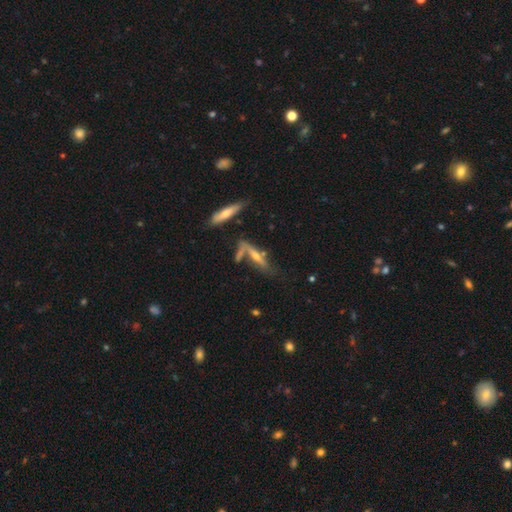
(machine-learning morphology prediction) This appears to be a featured or disk galaxy (64%) viewed edge-on (65%). Merging: none (43%).